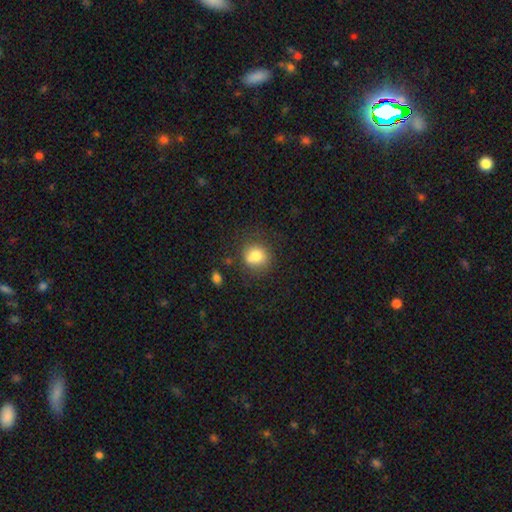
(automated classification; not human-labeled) Morphology: type=smooth (79%); roundness=round (78%); merging=none (70%).